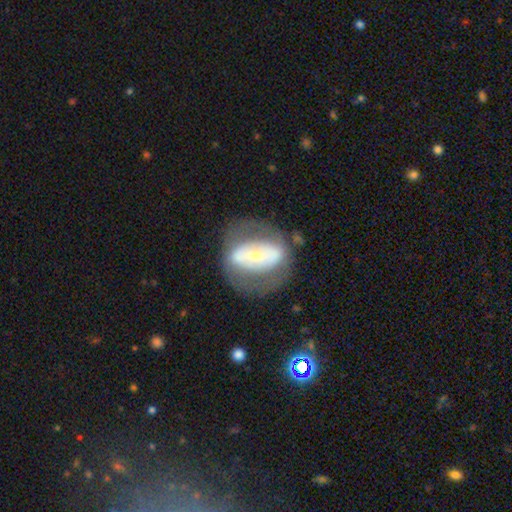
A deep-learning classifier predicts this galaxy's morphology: smooth-or-featured: featured or disk: 66% | smooth: 27% | star or artifact: 7%
  disk-edge-on: no: 91% | yes: 9%
    bar: strong: 59% | weak: 24% | no: 18%
    has-spiral-arms: no: 58% | yes: 42%
    bulge-size: small: 51% | moderate: 32% | large: 9% | none: 5% | dominant: 3%
  merging: none: 60% | minor disturbance: 19% | major disturbance: 18% | merger: 3%